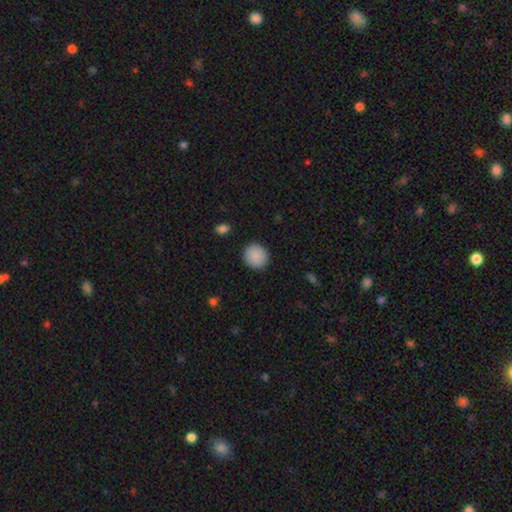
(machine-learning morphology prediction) smooth-or-featured: smooth: 90% | star or artifact: 7% | featured or disk: 3%
  how-rounded: round: 88% | in between: 11% | cigar-shaped: 1%
  merging: none: 91% | minor disturbance: 6% | major disturbance: 2% | merger: 1%